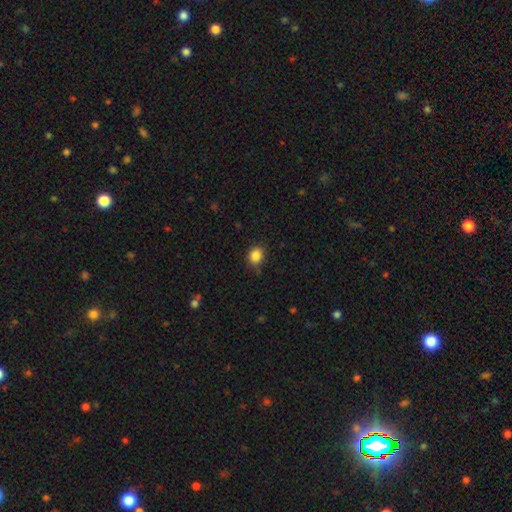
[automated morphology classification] smooth_or_featured: smooth (p=0.86) [alt: star or artifact p=0.10]
how_rounded: round (p=0.70) [alt: in between p=0.29]
merging: none (p=0.79) [alt: minor disturbance p=0.17]